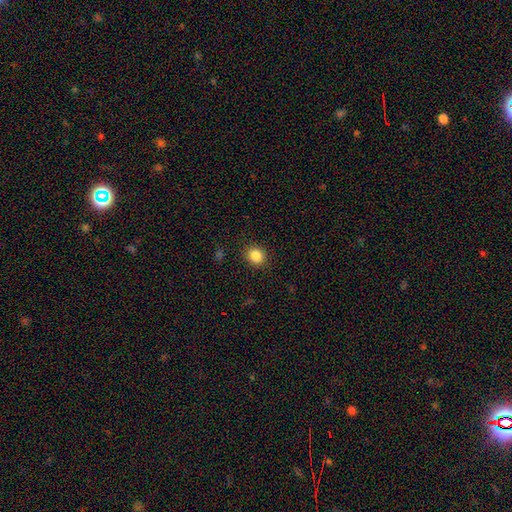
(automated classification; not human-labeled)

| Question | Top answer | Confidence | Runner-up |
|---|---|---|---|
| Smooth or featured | smooth | 86% | star or artifact (10%) |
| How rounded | round | 72% | in between (27%) |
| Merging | none | 89% | minor disturbance (8%) |